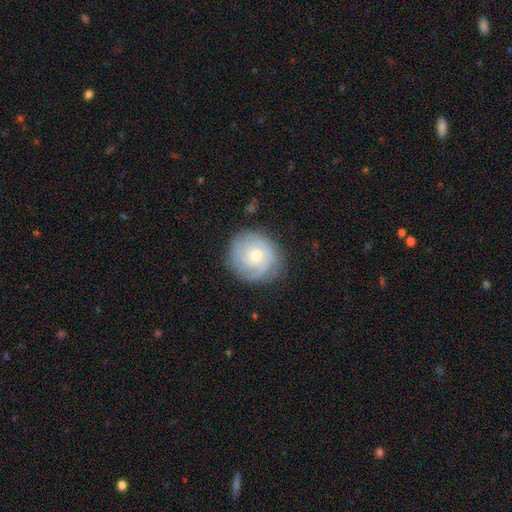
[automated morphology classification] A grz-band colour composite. It shows a featured or disk galaxy (66%) with no bar (68%), tight (70%) spiral arms (89%) and a moderate central bulge (60%). Merging: none (77%).